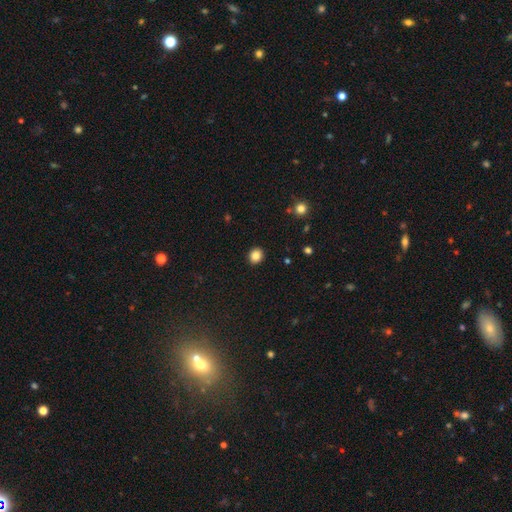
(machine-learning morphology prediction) Smooth or featured: smooth — 85% (star or artifact — 11%)
How rounded: round — 82% (in between — 17%)
Merging: none — 92% (minor disturbance — 5%)